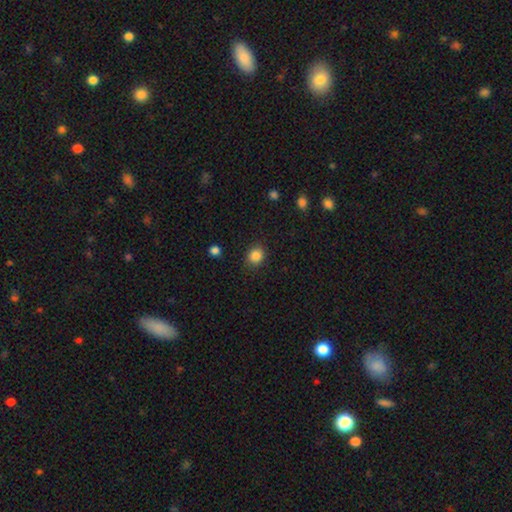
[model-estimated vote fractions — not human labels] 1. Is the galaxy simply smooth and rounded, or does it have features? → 86% smooth, 10% star or artifact, 4% featured or disk.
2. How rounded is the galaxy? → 77% round, 22% in between, 1% cigar-shaped.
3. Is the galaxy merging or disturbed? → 87% none, 9% minor disturbance, 3% major disturbance, 1% merger.